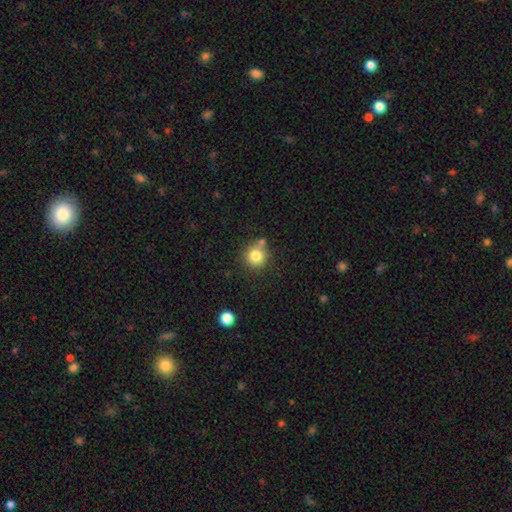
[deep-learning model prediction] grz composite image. It shows a smooth galaxy with no disk features (80%) that is round (92%). Merging: none (68%).